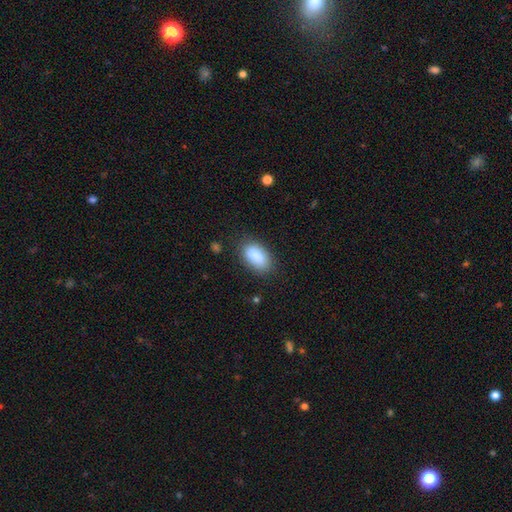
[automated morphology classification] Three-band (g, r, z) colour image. It shows a smooth galaxy with no disk features (87%) that is in between round and cigar-shaped (92%). Merging: none (82%).